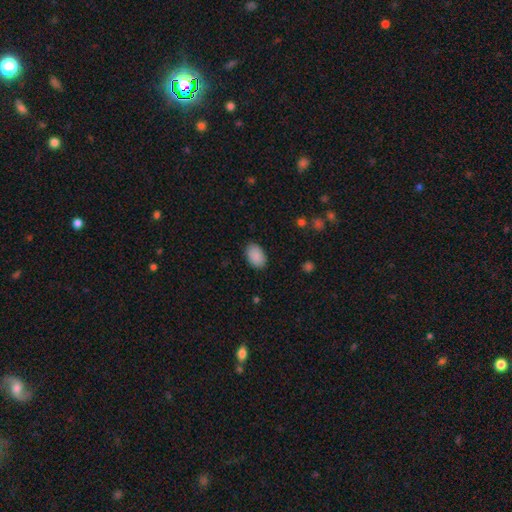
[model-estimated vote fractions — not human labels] A smooth galaxy with no disk features (90%) that is in between round and cigar-shaped (88%). Merging: none (86%).